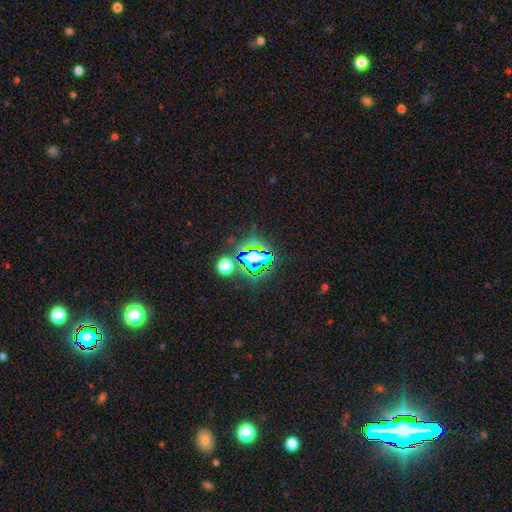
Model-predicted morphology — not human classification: Q: Smooth or featured?
A: star or artifact (80%); runner-up: smooth (12%)